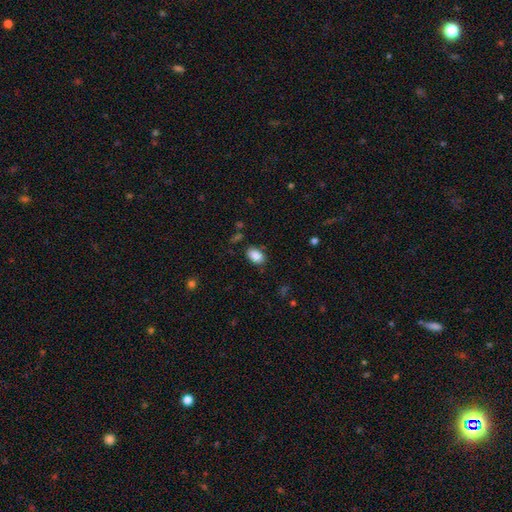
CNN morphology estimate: This is clearly a smooth galaxy (87%). How rounded: clearly in between (84%). Merging: clearly none (81%).